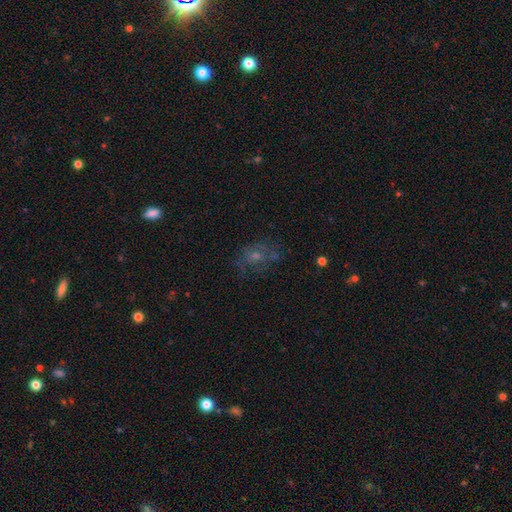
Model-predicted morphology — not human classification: Overall: featured or disk (41%; smooth 34%). Merging: none (61%).